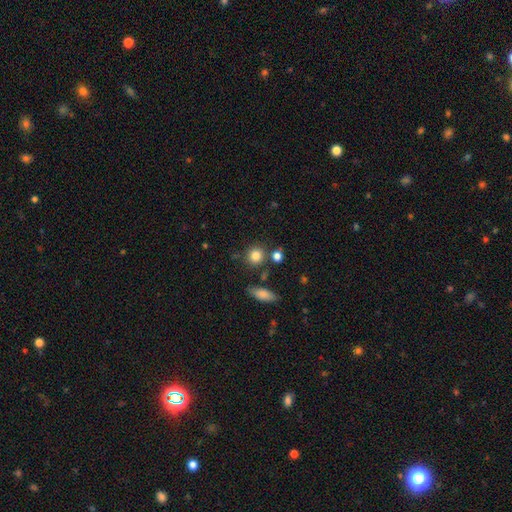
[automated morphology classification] This is clearly a smooth galaxy (82%). How rounded: clearly round (86%). Merging: likely none (76%).